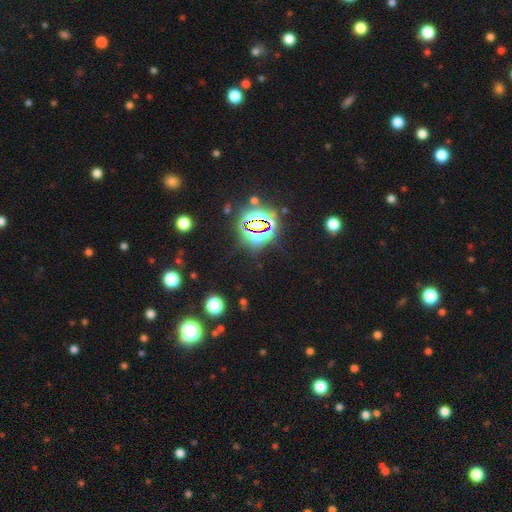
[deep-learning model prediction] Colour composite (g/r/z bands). It shows a star or artifact, not a galaxy (79%).